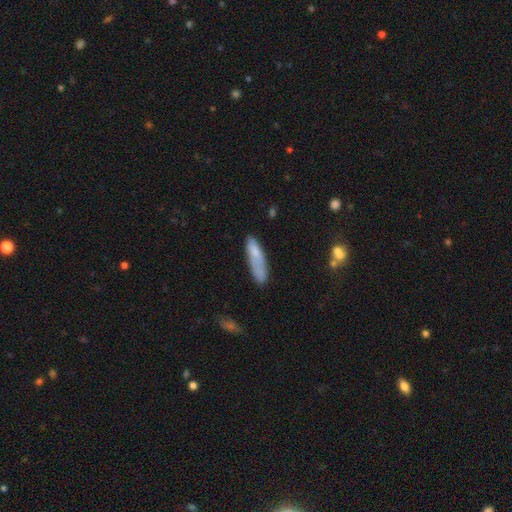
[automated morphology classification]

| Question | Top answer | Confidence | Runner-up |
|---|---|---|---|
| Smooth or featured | smooth | 72% | featured or disk (20%) |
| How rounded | cigar-shaped | 73% | in between (26%) |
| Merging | none | 55% | minor disturbance (27%) |